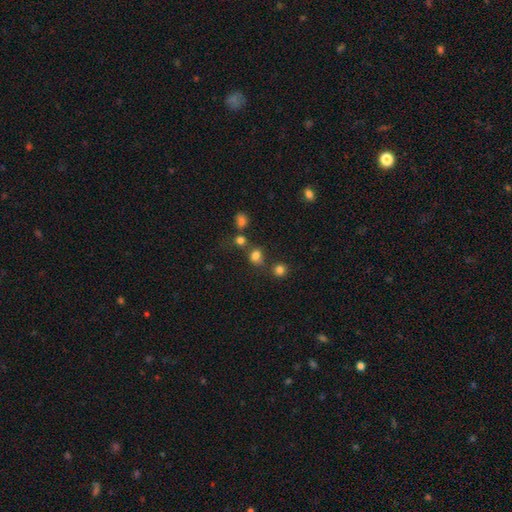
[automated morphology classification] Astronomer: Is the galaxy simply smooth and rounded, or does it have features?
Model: smooth — 76%.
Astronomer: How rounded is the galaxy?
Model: round — 69%.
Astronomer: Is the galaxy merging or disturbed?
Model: none — 57%.